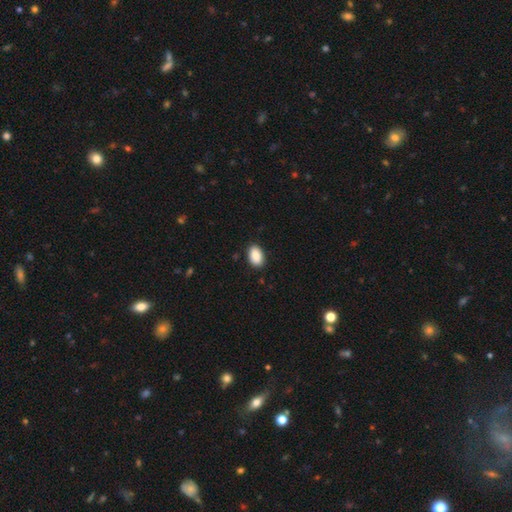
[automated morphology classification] The model was most divided on "merging": none: 88%, minor disturbance: 9%, major disturbance: 2%, merger: 1%. More confident: how rounded — in between (91%); smooth or featured — smooth (89%).